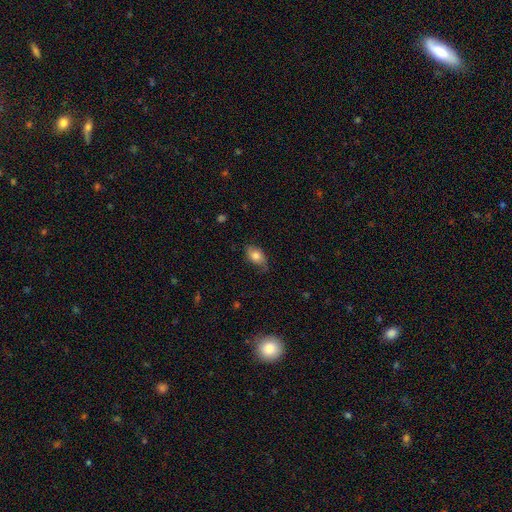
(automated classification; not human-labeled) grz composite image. It shows a smooth galaxy with no disk features (73%) that is in between round and cigar-shaped (87%). Merging: none (65%).